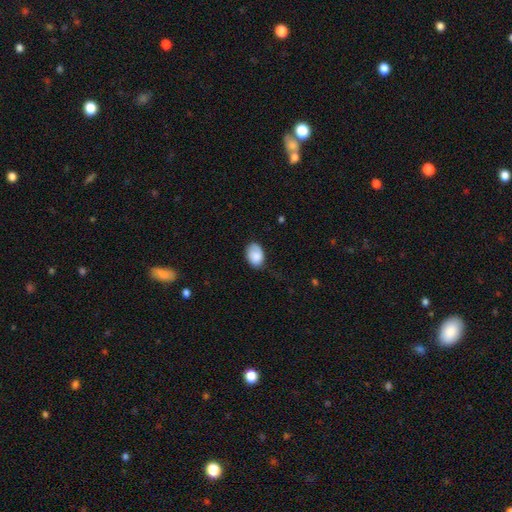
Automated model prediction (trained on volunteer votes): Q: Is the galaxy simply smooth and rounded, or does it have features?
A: smooth — 82%.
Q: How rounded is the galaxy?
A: in between — 83%.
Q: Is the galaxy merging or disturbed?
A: none — 58%.